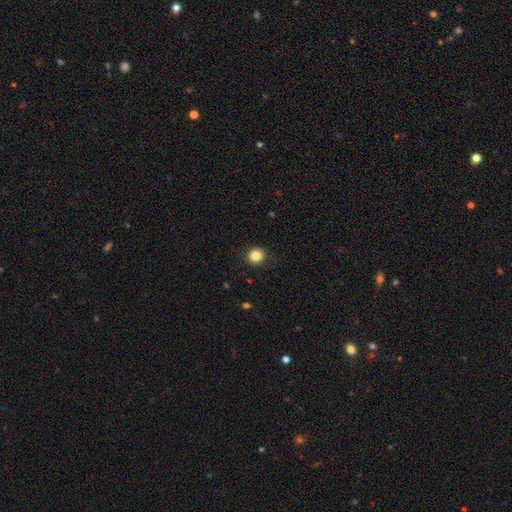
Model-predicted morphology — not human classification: Smooth or featured? Predicted: smooth (p=0.85). How rounded? Predicted: round (p=0.87). Merging? Predicted: none (p=0.91).